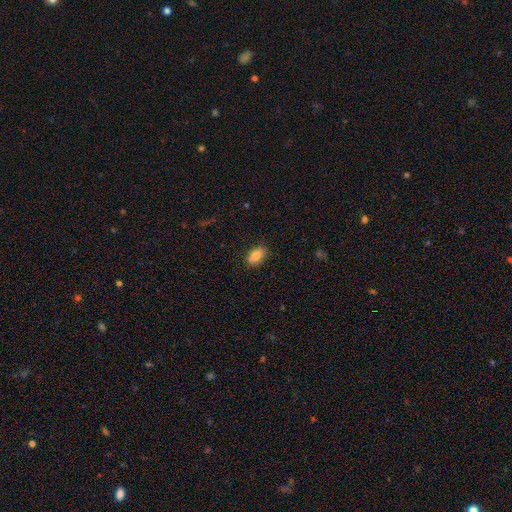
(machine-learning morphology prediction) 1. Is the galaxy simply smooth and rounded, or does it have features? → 82% smooth, 10% featured or disk, 8% star or artifact.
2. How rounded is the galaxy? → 89% in between, 6% round, 4% cigar-shaped.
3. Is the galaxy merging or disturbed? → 85% none, 12% minor disturbance, 2% major disturbance, 1% merger.